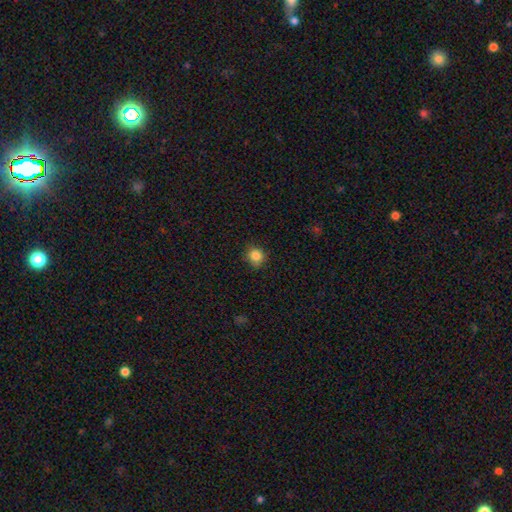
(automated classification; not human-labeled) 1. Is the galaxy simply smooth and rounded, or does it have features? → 85% smooth, 11% star or artifact, 4% featured or disk.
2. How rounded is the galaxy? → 86% round, 13% in between, 1% cigar-shaped.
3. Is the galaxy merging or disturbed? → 86% none, 10% minor disturbance, 2% major disturbance, 1% merger.